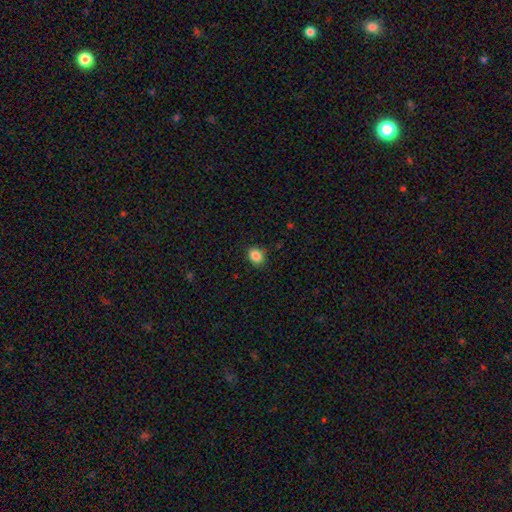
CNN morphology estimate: type=smooth (86%); roundness=round (61%); merging=none (87%).